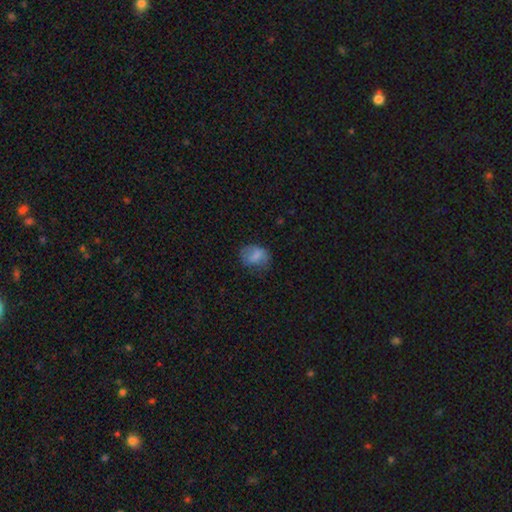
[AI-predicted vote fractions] This is likely a smooth galaxy (70%). How rounded: possibly in between (58%). Merging: possibly none (54%).